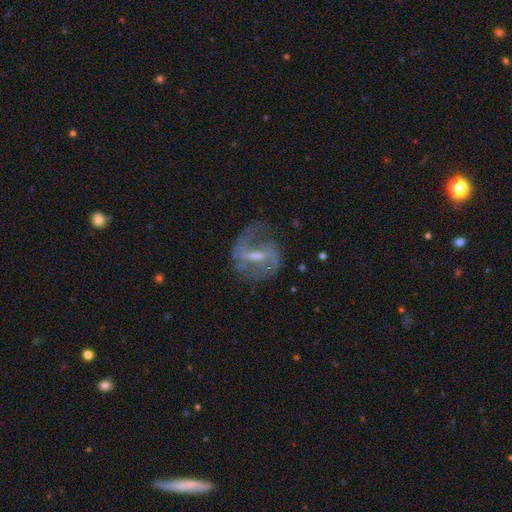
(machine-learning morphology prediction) type=featured or disk (83%); edge-on=no (96%); bar=weak (50%); spiral arms=yes (90%); winding=medium (49%); arm count=2 (79%); bulge=small (45%); merging=none (63%).